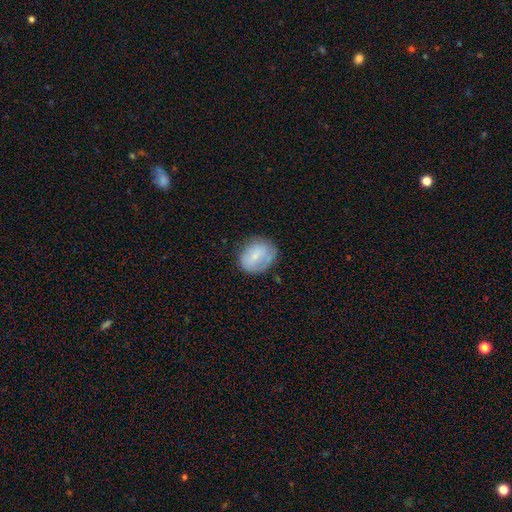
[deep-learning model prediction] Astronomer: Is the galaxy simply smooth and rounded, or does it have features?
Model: smooth — 68%.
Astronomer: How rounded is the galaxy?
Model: round — 56% (runner-up: in between, 43%).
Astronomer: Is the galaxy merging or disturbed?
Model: none — 65%.